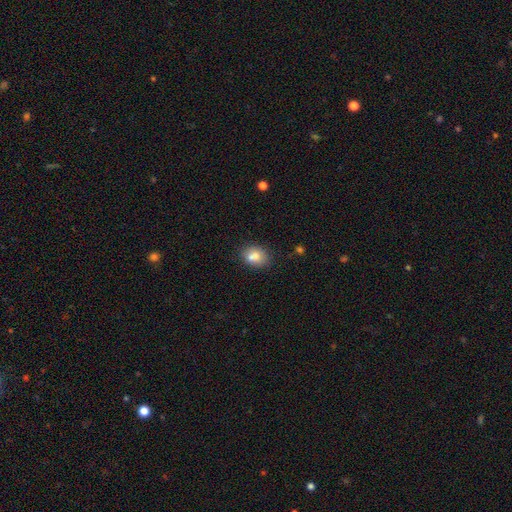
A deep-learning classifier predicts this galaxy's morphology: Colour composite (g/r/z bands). It shows a smooth galaxy with no disk features (76%) that is in between round and cigar-shaped (58%). Merging: none (60%).